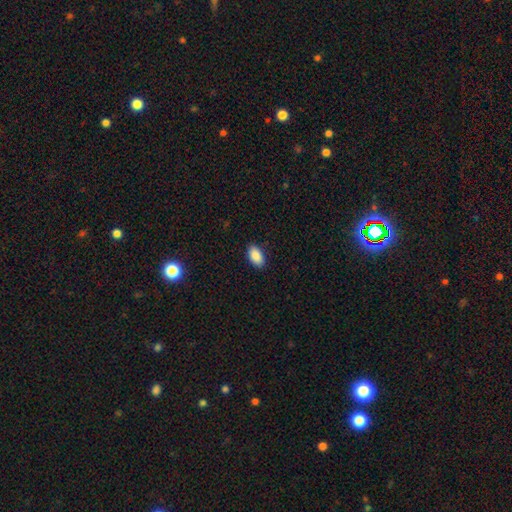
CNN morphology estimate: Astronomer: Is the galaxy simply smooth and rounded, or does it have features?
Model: smooth — 89%.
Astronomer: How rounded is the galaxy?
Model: in between — 93%.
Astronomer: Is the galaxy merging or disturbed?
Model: none — 88%.